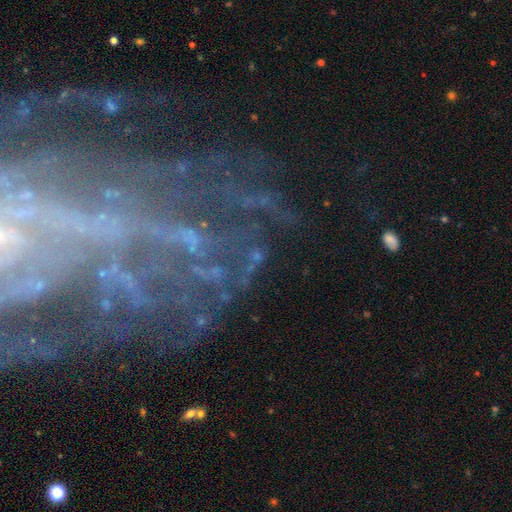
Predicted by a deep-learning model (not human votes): Morphology: type=featured or disk (54%); edge-on=no (94%); bar=no (53%); spiral arms=yes (69%); bulge=small (43%); merging=none (61%).